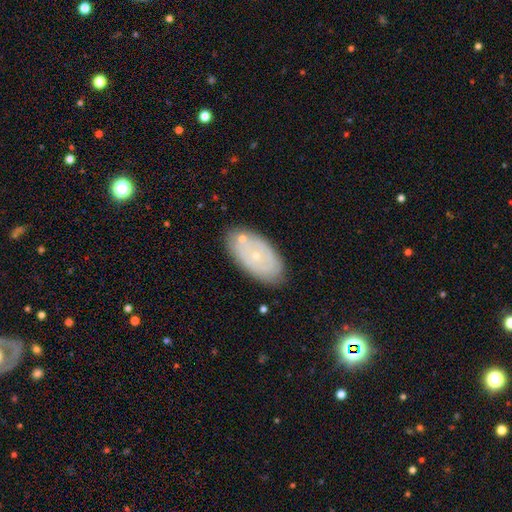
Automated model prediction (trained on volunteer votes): smooth-or-featured: featured or disk: 52% | smooth: 40% | star or artifact: 8%
  disk-edge-on: no: 92% | yes: 8%
  merging: none: 76% | minor disturbance: 15% | merger: 6% | major disturbance: 3%